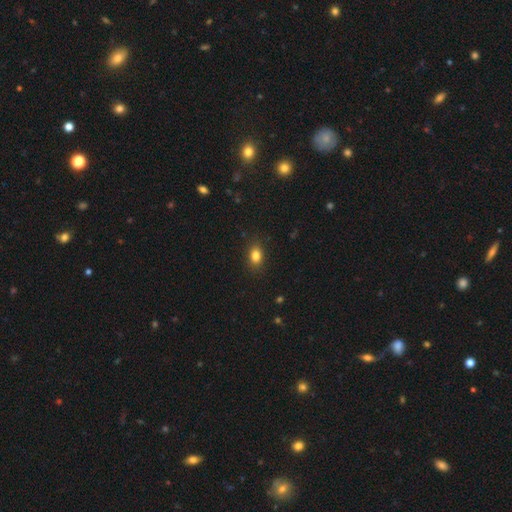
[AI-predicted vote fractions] smooth_or_featured: smooth (p=0.84) [alt: star or artifact p=0.10]
how_rounded: in between (p=0.76) [alt: round p=0.22]
merging: none (p=0.86) [alt: minor disturbance p=0.10]